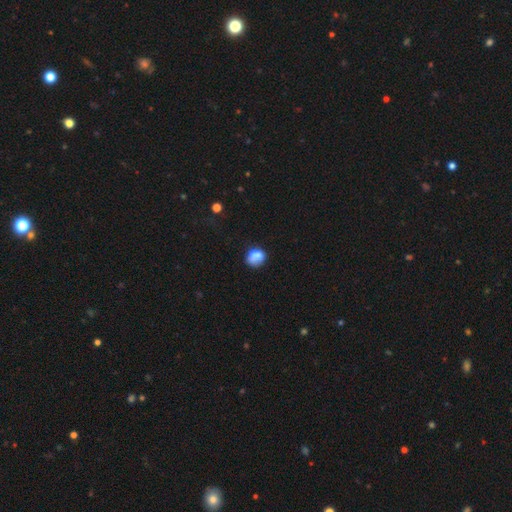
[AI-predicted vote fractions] A smooth galaxy with no disk features (75%) that is round (59%).

Vote fractions:
- Smooth or featured? smooth: 75% / featured or disk: 15% / star or artifact: 10%
- How rounded? round: 59% / in between: 40% / cigar-shaped: 1%
- Merging? none: 50% / minor disturbance: 25% / merger: 14% / major disturbance: 10%